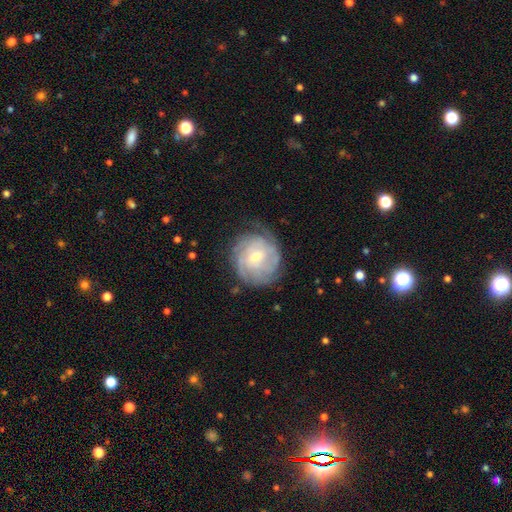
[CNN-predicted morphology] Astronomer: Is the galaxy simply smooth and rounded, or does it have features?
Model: featured or disk — 79%.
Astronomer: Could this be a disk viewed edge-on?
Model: no — 97%.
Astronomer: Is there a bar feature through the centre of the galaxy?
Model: no — 52% (runner-up: weak, 41%).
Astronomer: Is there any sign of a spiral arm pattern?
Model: yes — 93%.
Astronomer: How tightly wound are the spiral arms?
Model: tight — 74%.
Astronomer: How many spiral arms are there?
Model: can't tell — 46%.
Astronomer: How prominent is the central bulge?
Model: moderate — 49% (runner-up: small, 47%).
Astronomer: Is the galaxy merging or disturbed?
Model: none — 73%.